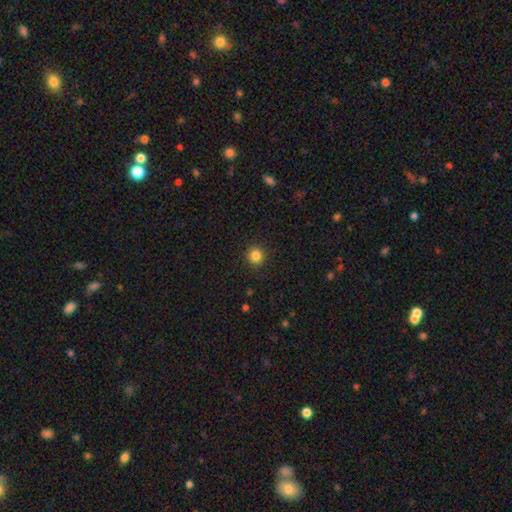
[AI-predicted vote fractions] Smooth or featured?
  - smooth: 84% *
  - star or artifact: 11%
  - featured or disk: 4%
How rounded?
  - round: 93% *
  - in between: 6%
  - cigar-shaped: 1%
Merging?
  - none: 92% *
  - minor disturbance: 5%
  - major disturbance: 2%
  - merger: 1%